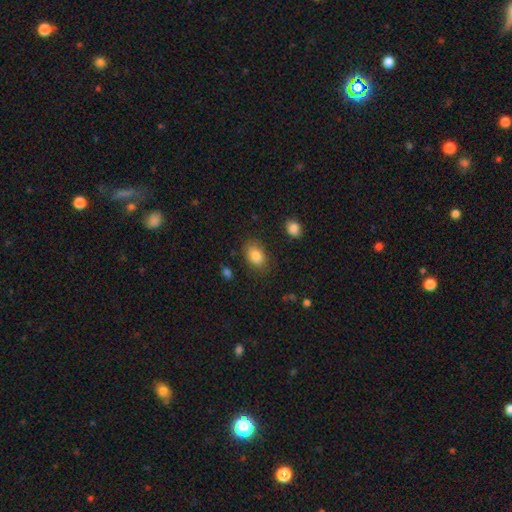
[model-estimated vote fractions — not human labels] A smooth galaxy with no disk features (85%) that is in between round and cigar-shaped (87%).

Vote fractions:
- Smooth or featured? smooth: 85% / star or artifact: 8% / featured or disk: 7%
- How rounded? in between: 87% / round: 12% / cigar-shaped: 1%
- Merging? none: 81% / minor disturbance: 13% / major disturbance: 4% / merger: 2%